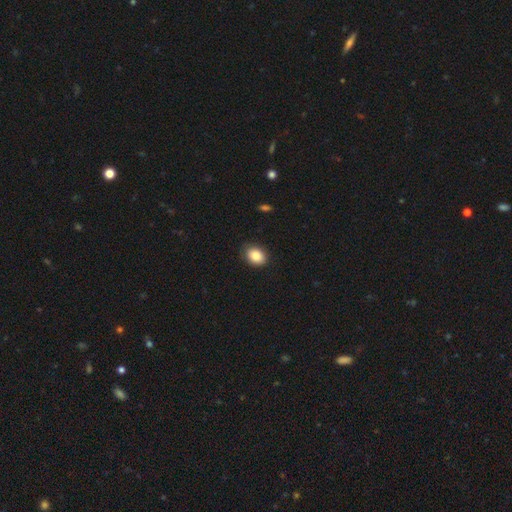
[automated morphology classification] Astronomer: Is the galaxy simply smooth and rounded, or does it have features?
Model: smooth — 86%.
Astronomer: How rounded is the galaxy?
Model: in between — 67%.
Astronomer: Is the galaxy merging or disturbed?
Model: none — 85%.